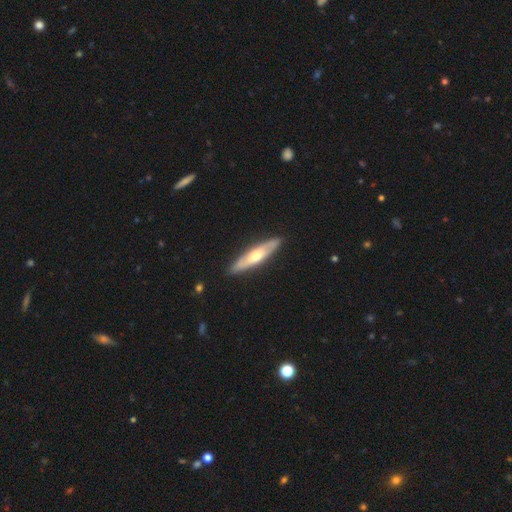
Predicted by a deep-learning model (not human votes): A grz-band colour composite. It shows a featured or disk galaxy (55%) viewed edge-on (71%). Merging: none (88%).